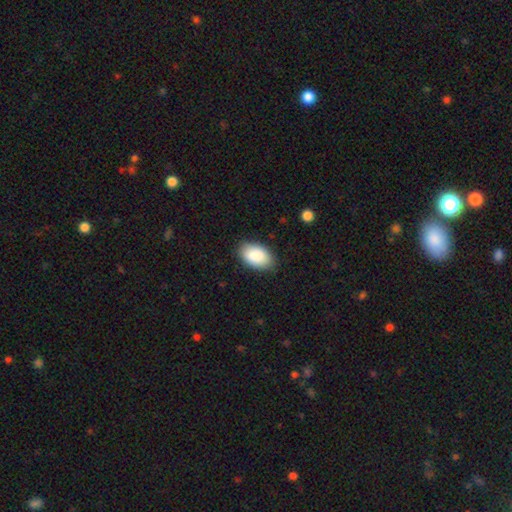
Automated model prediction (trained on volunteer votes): A smooth galaxy with no disk features (89%) that is in between round and cigar-shaped (94%).

Vote fractions:
- Smooth or featured? smooth: 89% / star or artifact: 6% / featured or disk: 5%
- How rounded? in between: 94% / round: 5% / cigar-shaped: 1%
- Merging? none: 84% / minor disturbance: 12% / major disturbance: 2% / merger: 1%